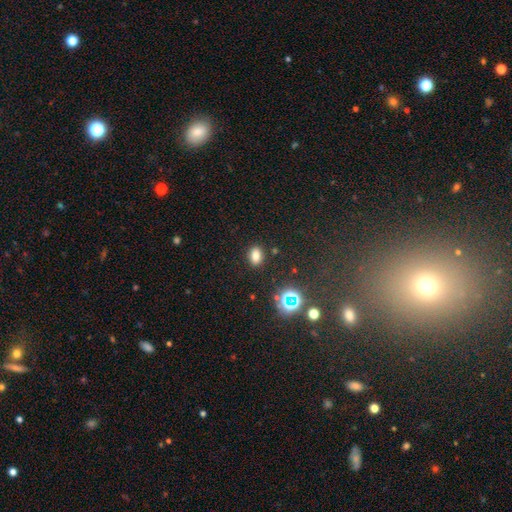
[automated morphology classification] This is likely a smooth galaxy (76%). How rounded: likely in between (78%). Merging: clearly none (87%).